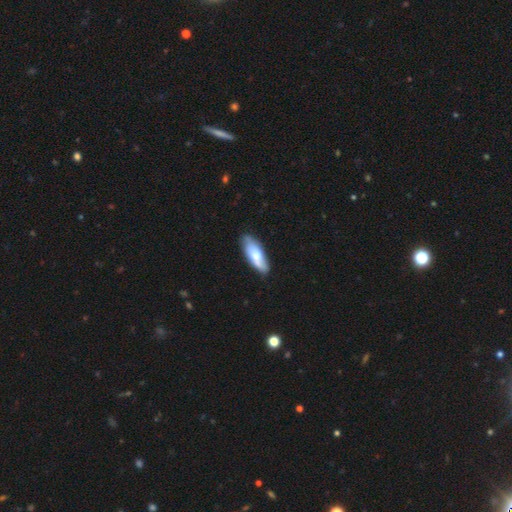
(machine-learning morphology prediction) Smooth or featured: smooth — 64% (featured or disk — 30%)
How rounded: in between — 65% (cigar-shaped — 33%)
Merging: none — 79% (minor disturbance — 16%)